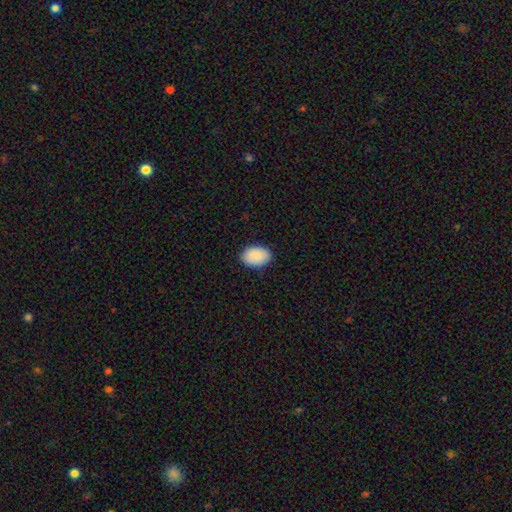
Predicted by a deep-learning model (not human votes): A smooth galaxy with no disk features (89%) that is in between round and cigar-shaped (86%). Merging: none (88%).